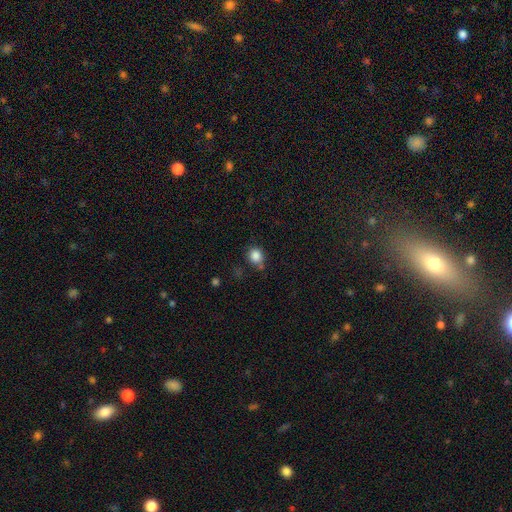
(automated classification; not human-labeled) Smooth or featured? Predicted: smooth (p=0.85). How rounded? Predicted: round (p=0.77). Merging? Predicted: none (p=0.67).